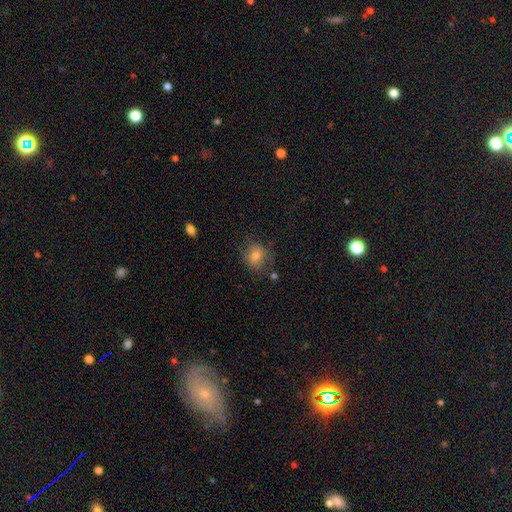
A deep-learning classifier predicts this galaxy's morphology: This appears to be a smooth galaxy with no disk features (72%) that is round (75%). Merging: none (71%).